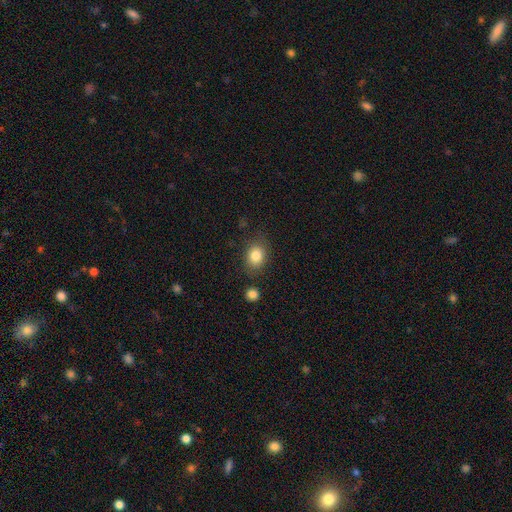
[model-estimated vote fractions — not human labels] Morphology: type=smooth (84%); roundness=in between (53%); merging=none (77%).